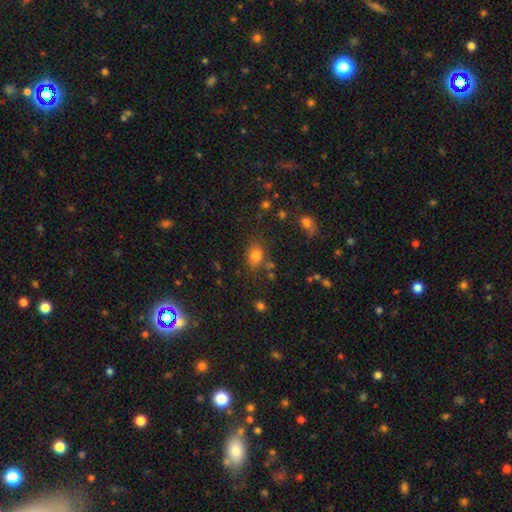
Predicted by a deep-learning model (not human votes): Morphology: type=smooth (76%); roundness=in between (61%); merging=none (70%).